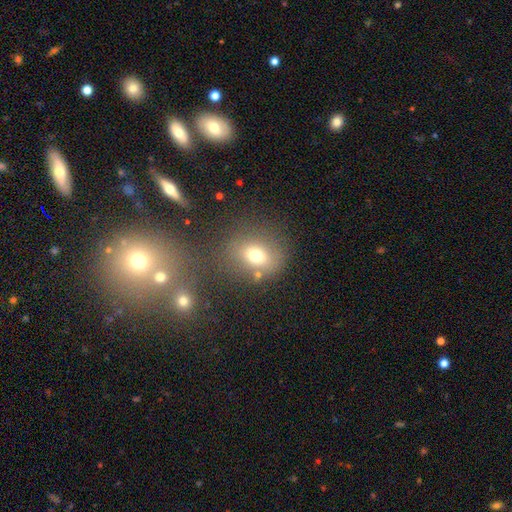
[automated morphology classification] smooth_or_featured: smooth (p=0.72) [alt: star or artifact p=0.15]
how_rounded: round (p=0.55) [alt: in between p=0.43]
merging: none (p=0.66) [alt: minor disturbance p=0.14]